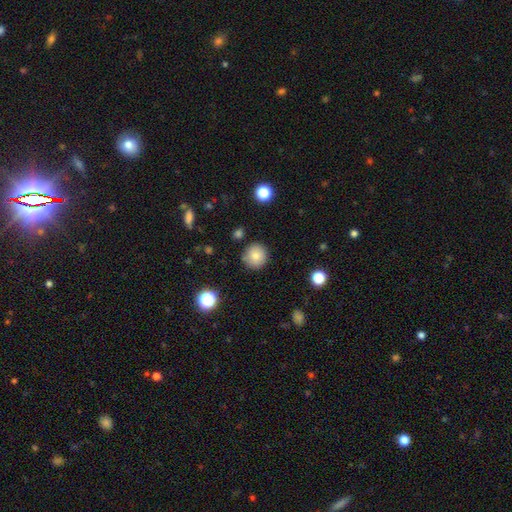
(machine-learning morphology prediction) A smooth galaxy with no disk features (83%) that is round (93%).

Vote fractions:
- Smooth or featured? smooth: 83% / star or artifact: 10% / featured or disk: 7%
- How rounded? round: 93% / in between: 6% / cigar-shaped: 1%
- Merging? none: 87% / minor disturbance: 9% / major disturbance: 2% / merger: 2%